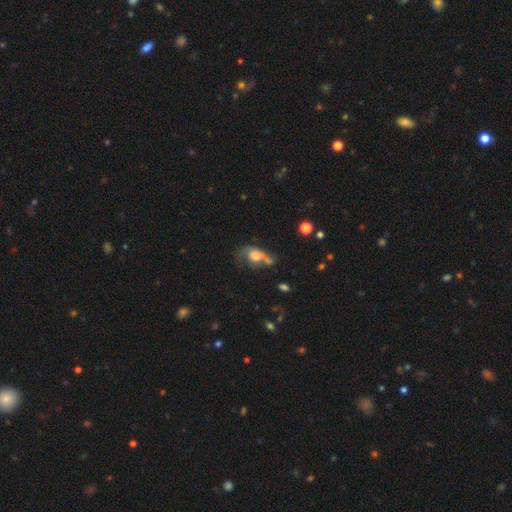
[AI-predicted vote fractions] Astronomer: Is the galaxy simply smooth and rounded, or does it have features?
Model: smooth — 58%.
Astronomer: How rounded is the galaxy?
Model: in between — 71%.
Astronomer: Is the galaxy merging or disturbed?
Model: major disturbance — 37% (runner-up: merger, 26%).